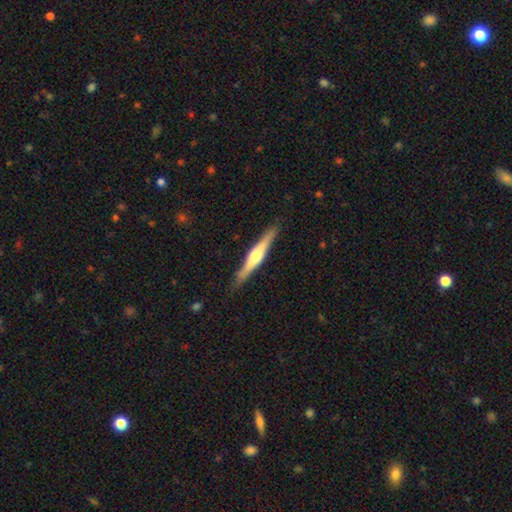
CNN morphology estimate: Overall: featured or disk (64%; smooth 31%). Edge-on disk: yes (96%). Edge-on bulge: rounded (84%). Merging: none (86%).